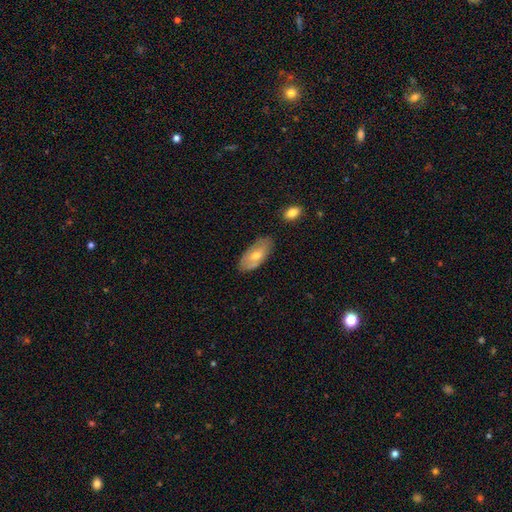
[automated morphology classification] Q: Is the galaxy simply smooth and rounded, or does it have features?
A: smooth — 59%.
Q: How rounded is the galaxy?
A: in between — 91%.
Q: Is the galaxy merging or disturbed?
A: none — 77%.